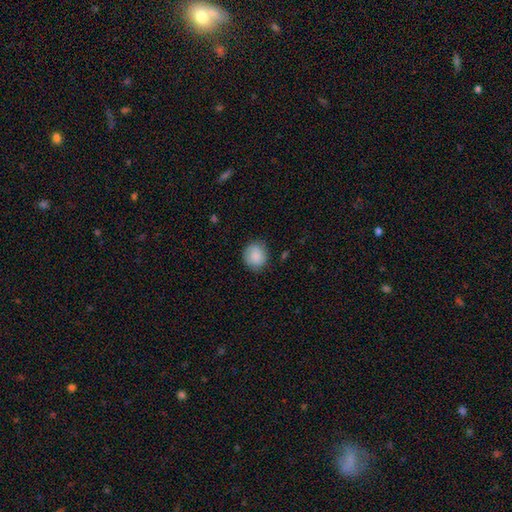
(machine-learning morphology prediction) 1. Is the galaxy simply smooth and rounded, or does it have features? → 86% smooth, 7% star or artifact, 6% featured or disk.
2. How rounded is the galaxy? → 79% round, 20% in between, 1% cigar-shaped.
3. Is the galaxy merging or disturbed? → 81% none, 15% minor disturbance, 3% major disturbance, 1% merger.